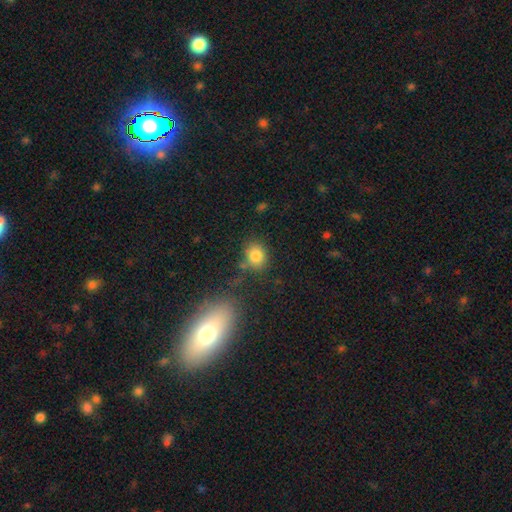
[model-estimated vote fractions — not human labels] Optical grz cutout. It shows a smooth galaxy with no disk features (83%) that is round (59%). Merging: none (73%).